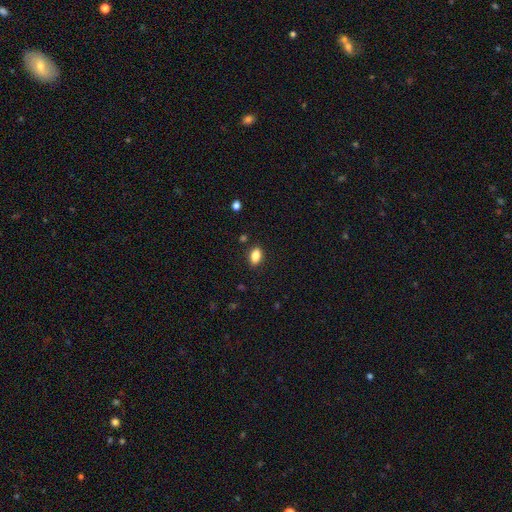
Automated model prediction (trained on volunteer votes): Smooth or featured? smooth (85%)
How rounded? in between (88%)
Merging? none (87%)